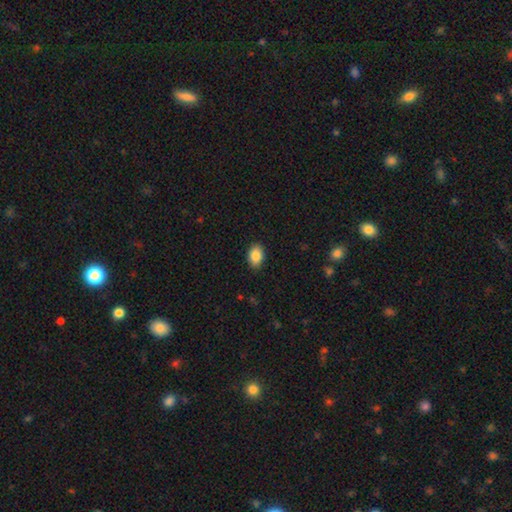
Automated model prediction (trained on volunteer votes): Morphology: type=smooth (87%); roundness=in between (84%); merging=none (89%).